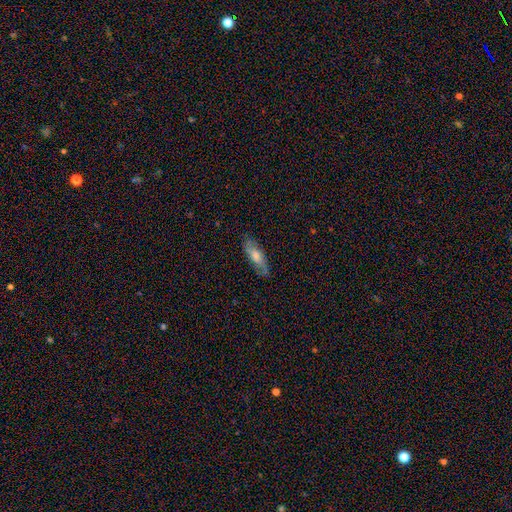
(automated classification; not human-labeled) Smooth or featured?
  - smooth: 59% *
  - featured or disk: 34%
  - star or artifact: 6%
How rounded?
  - in between: 52% *
  - cigar-shaped: 46%
  - round: 2%
Merging?
  - none: 76% *
  - minor disturbance: 18%
  - major disturbance: 4%
  - merger: 1%